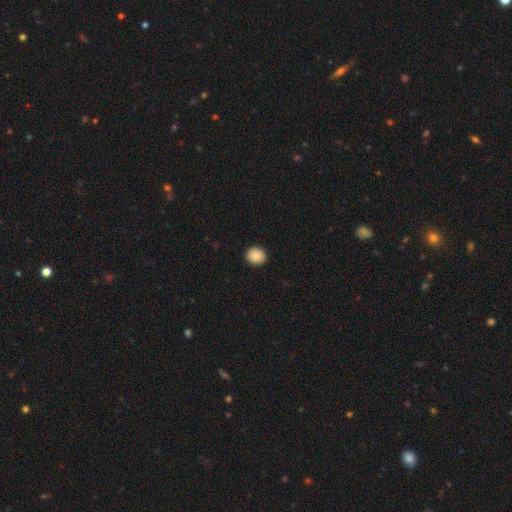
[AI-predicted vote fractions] Smooth or featured? Predicted: smooth (p=0.87). How rounded? Predicted: round (p=0.81). Merging? Predicted: none (p=0.91).